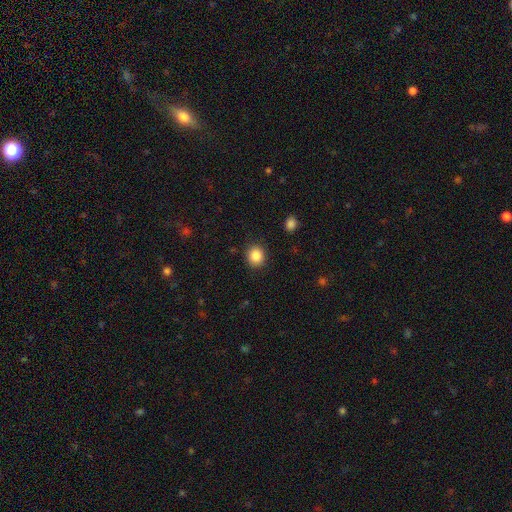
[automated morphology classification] Smooth or featured? smooth (87%)
How rounded? round (82%)
Merging? none (90%)